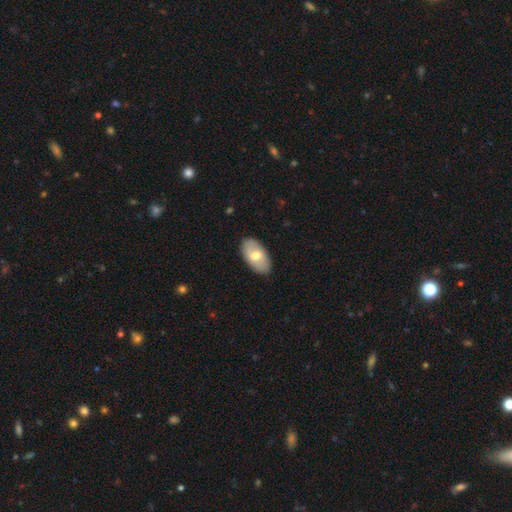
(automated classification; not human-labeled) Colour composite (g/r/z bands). It shows a smooth galaxy with no disk features (65%) that is in between round and cigar-shaped (94%). Merging: none (87%).